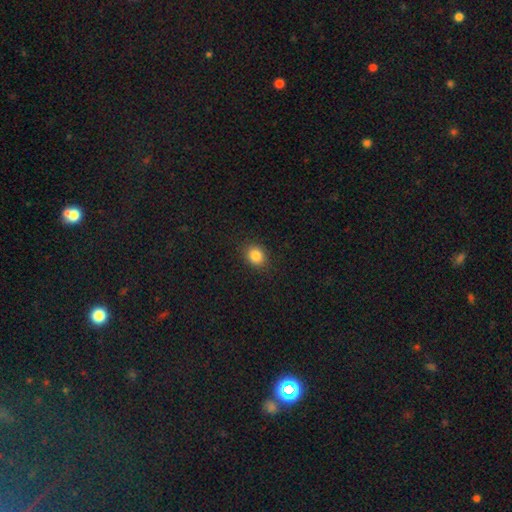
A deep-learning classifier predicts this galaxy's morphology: smooth_or_featured: smooth (p=0.84) [alt: star or artifact p=0.11]
how_rounded: round (p=0.63) [alt: in between p=0.36]
merging: none (p=0.89) [alt: minor disturbance p=0.08]